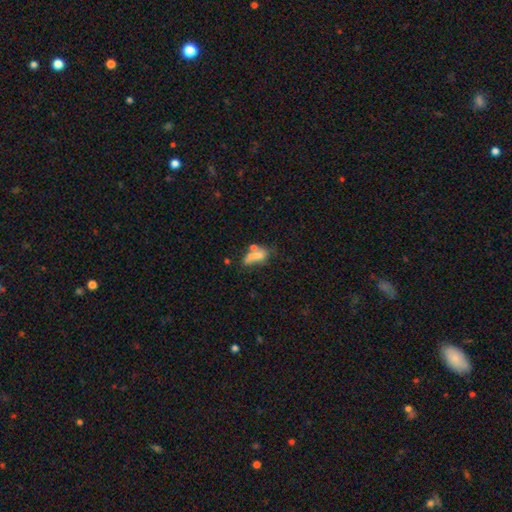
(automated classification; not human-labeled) smooth 62%, featured or disk 27%, star or artifact 12%. Down the decision tree: how rounded — in between (72%); merging — merger (40%).